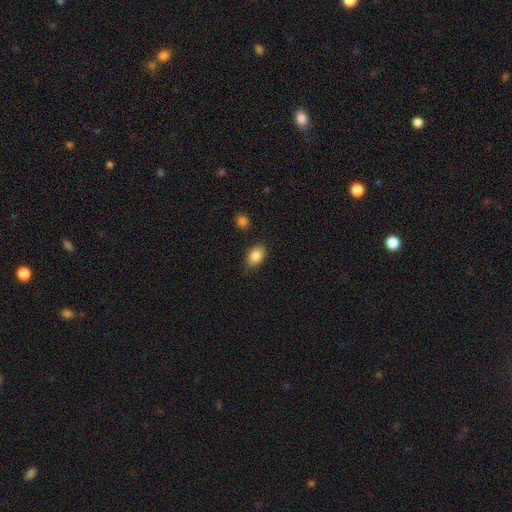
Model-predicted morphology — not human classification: smooth_or_featured: smooth (p=0.85) [alt: star or artifact p=0.08]
how_rounded: in between (p=0.80) [alt: round p=0.18]
merging: none (p=0.81) [alt: minor disturbance p=0.14]